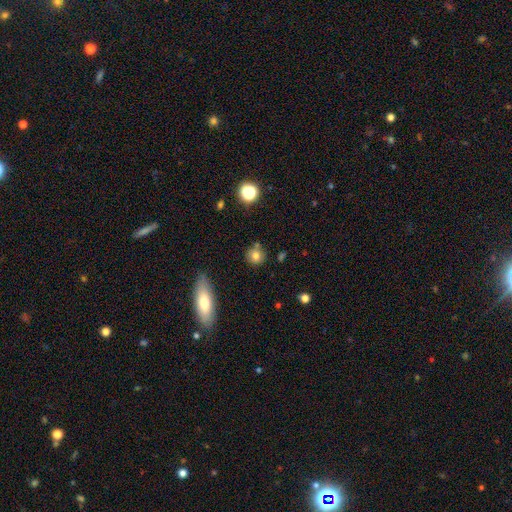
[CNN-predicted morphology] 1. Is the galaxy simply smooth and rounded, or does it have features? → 77% smooth, 13% star or artifact, 11% featured or disk.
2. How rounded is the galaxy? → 88% round, 11% in between, 2% cigar-shaped.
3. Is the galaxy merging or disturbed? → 77% none, 12% minor disturbance, 7% merger, 3% major disturbance.